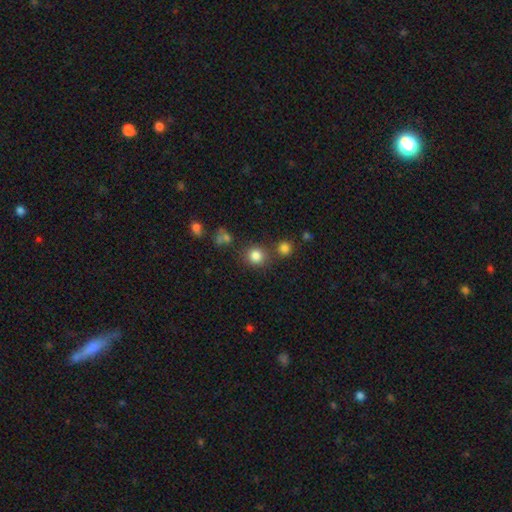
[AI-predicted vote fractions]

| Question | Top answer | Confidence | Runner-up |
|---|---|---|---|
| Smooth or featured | smooth | 82% | star or artifact (13%) |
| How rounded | round | 89% | in between (10%) |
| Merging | none | 75% | merger (13%) |